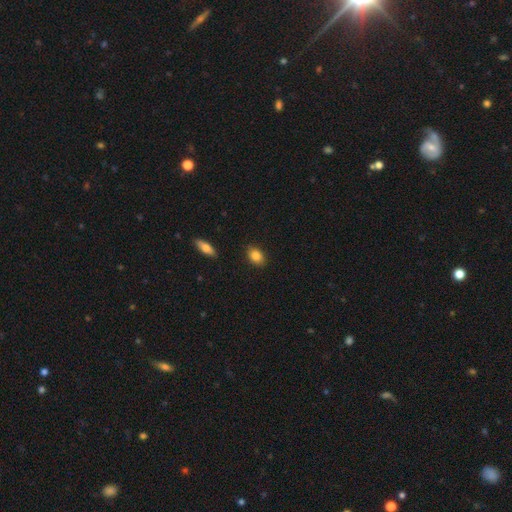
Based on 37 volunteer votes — A smooth galaxy with no disk features (92%) that is in between round and cigar-shaped (85%). Merging: none (83%).